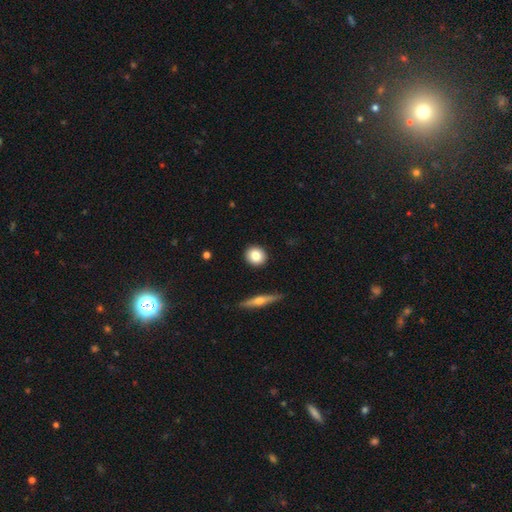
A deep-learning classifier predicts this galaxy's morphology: smooth 80%, featured or disk 12%, star or artifact 8%. Down the decision tree: how rounded — round (85%); merging — none (91%).